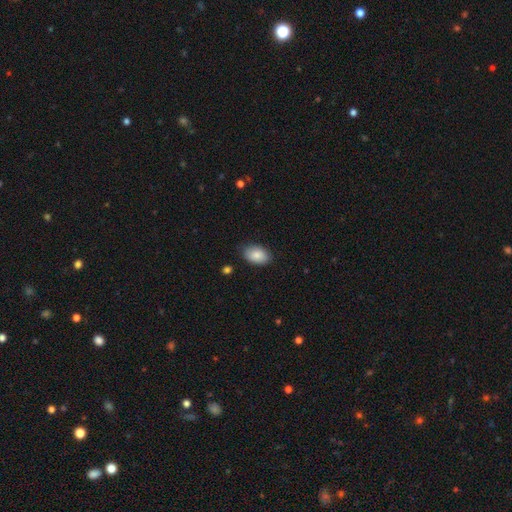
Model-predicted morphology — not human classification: Smooth or featured: smooth — 86% (featured or disk — 8%)
How rounded: in between — 91% (round — 8%)
Merging: none — 82% (minor disturbance — 14%)